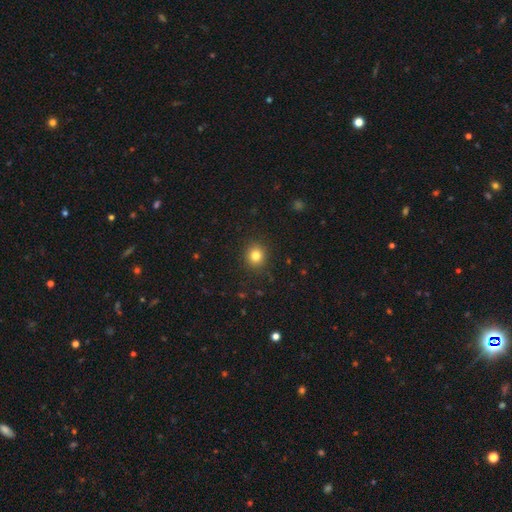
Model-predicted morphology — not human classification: This is clearly a smooth galaxy (82%). How rounded: clearly round (87%). Merging: clearly none (90%).